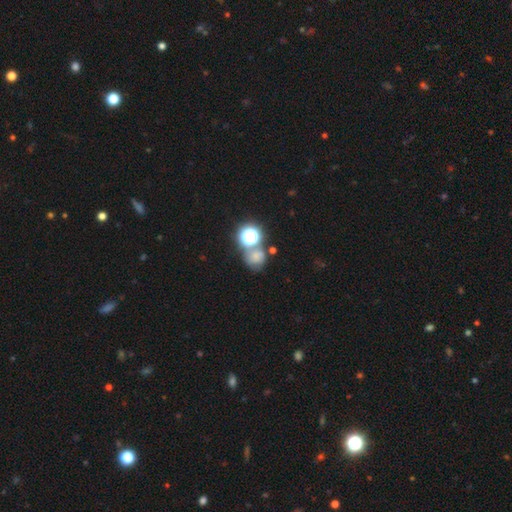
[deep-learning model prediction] smooth 59%, star or artifact 27%, featured or disk 13%. Down the decision tree: how rounded — round (75%); merging — none (47%).